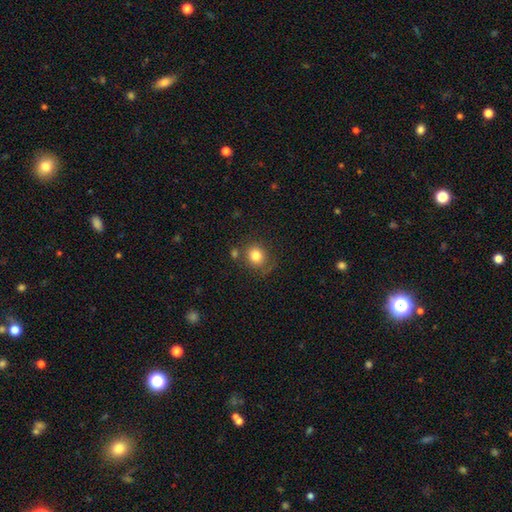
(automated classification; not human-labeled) A smooth galaxy with no disk features (81%) that is round (79%).

Vote fractions:
- Smooth or featured? smooth: 81% / star or artifact: 11% / featured or disk: 8%
- How rounded? round: 79% / in between: 20% / cigar-shaped: 1%
- Merging? none: 69% / minor disturbance: 15% / merger: 10% / major disturbance: 6%